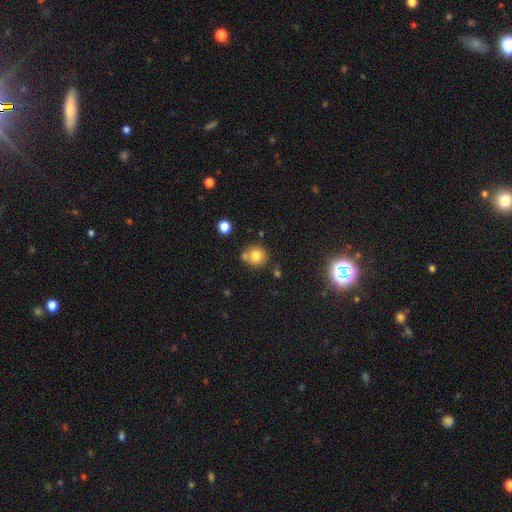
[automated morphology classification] Smooth or featured? Predicted: smooth (p=0.77). How rounded? Predicted: round (p=0.88). Merging? Predicted: none (p=0.64).